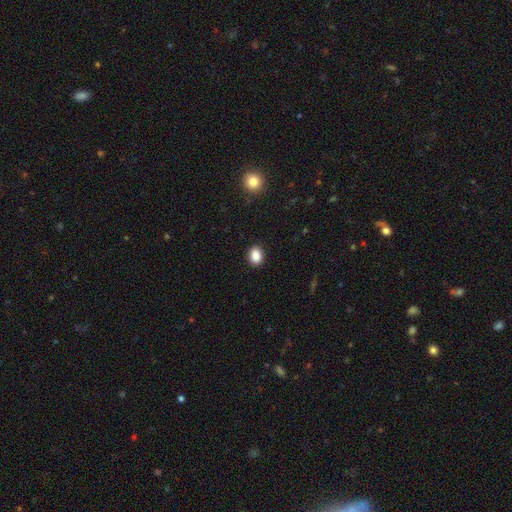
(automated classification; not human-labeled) smooth_or_featured: smooth (p=0.88) [alt: star or artifact p=0.09]
how_rounded: in between (p=0.62) [alt: round p=0.36]
merging: none (p=0.90) [alt: minor disturbance p=0.07]